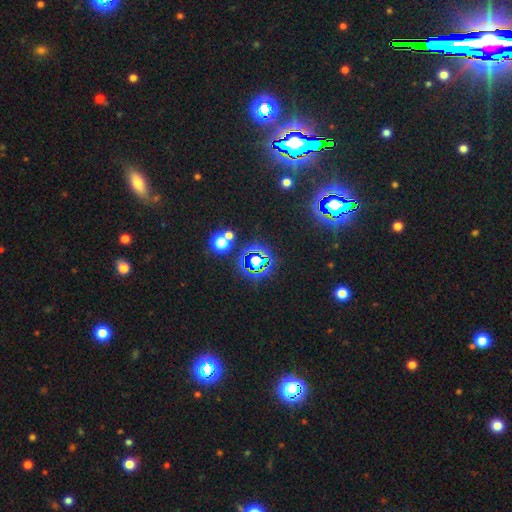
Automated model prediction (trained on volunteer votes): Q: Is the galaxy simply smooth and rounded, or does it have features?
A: star or artifact — 75%.